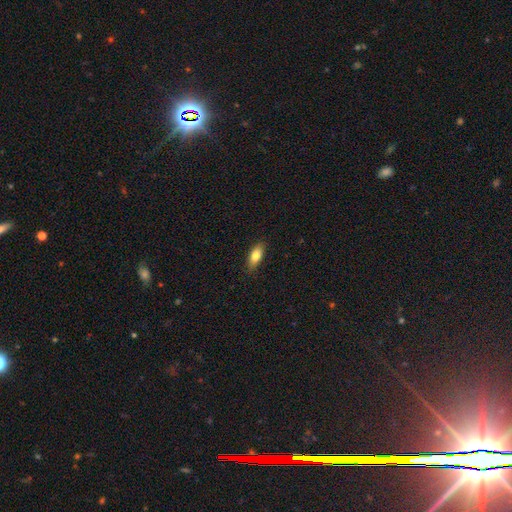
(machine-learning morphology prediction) type=smooth (77%); roundness=in between (77%); merging=none (86%).